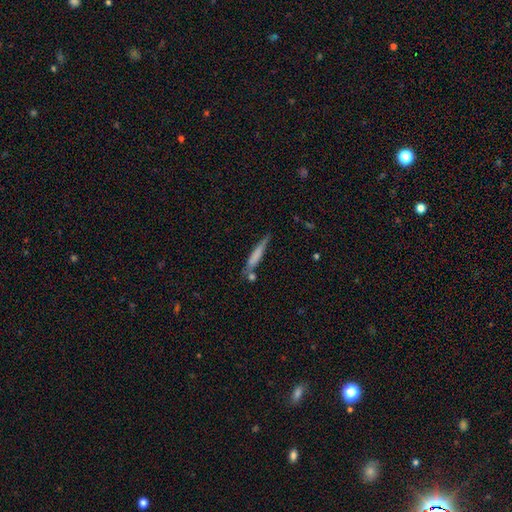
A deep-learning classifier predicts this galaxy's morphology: This is likely a smooth galaxy (63%). How rounded: clearly cigar-shaped (92%). Merging: likely none (64%).